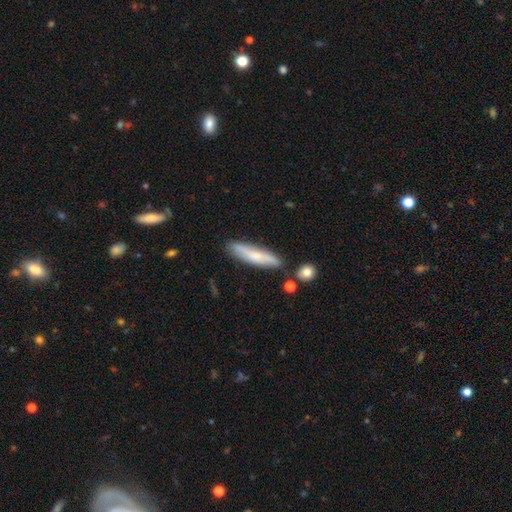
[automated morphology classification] Smooth or featured: smooth — 61% (featured or disk — 33%)
How rounded: cigar-shaped — 81% (in between — 17%)
Merging: none — 79% (minor disturbance — 14%)